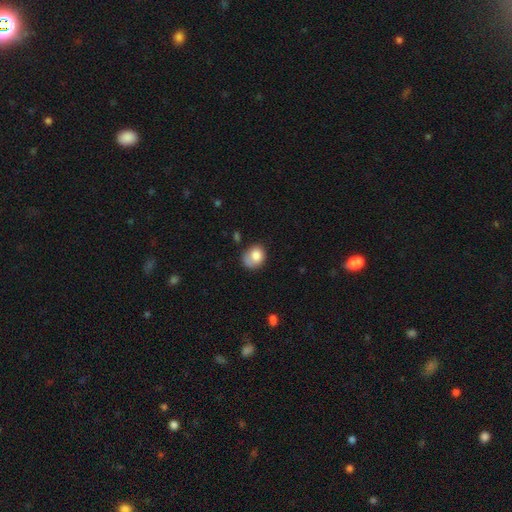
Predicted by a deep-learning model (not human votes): Smooth or featured: smooth — 81% (featured or disk — 10%)
How rounded: round — 57% (in between — 43%)
Merging: none — 50% (minor disturbance — 31%)